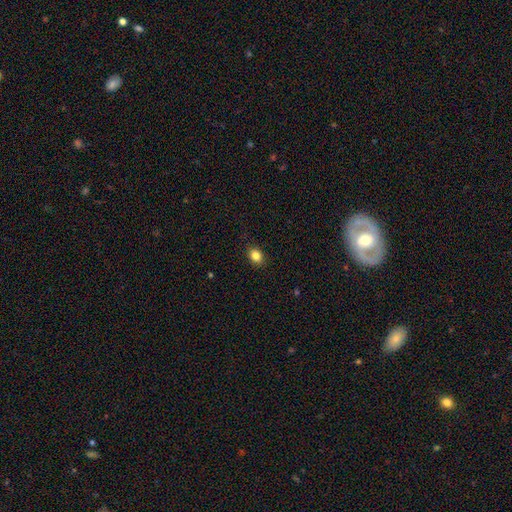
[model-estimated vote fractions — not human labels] This appears to be a smooth galaxy with no disk features (83%) that is in between round and cigar-shaped (50%). Merging: none (88%).